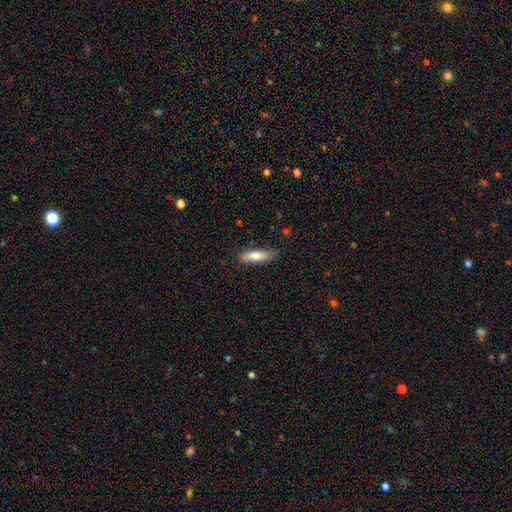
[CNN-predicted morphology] Smooth or featured?
  - smooth: 75% *
  - featured or disk: 19%
  - star or artifact: 6%
How rounded?
  - cigar-shaped: 57% *
  - in between: 42%
  - round: 2%
Merging?
  - none: 81% *
  - minor disturbance: 15%
  - major disturbance: 3%
  - merger: 1%